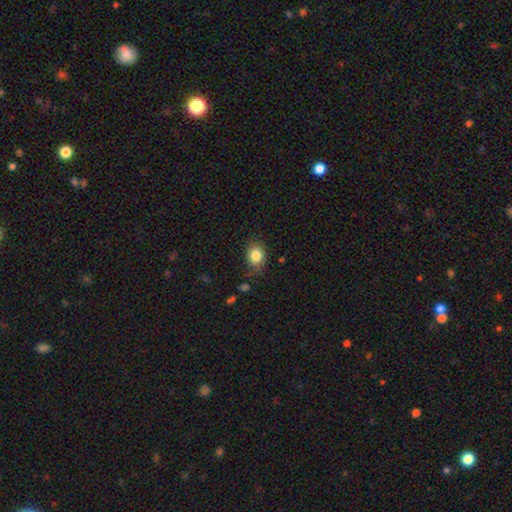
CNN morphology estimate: smooth_or_featured: smooth (p=0.84) [alt: star or artifact p=0.09]
how_rounded: in between (p=0.57) [alt: round p=0.42]
merging: none (p=0.77) [alt: minor disturbance p=0.17]